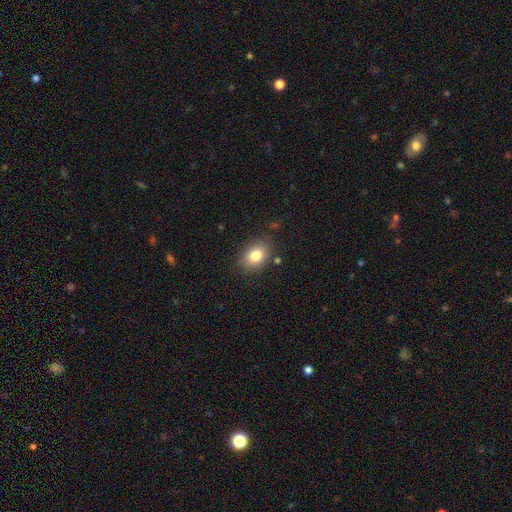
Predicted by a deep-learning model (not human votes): Smooth or featured? smooth (81%)
How rounded? in between (68%)
Merging? none (82%)